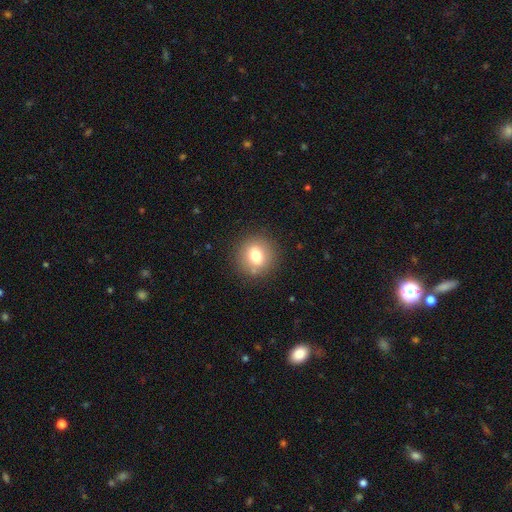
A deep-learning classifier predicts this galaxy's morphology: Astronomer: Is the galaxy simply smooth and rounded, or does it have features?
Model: smooth — 74%.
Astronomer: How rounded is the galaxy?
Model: round — 86%.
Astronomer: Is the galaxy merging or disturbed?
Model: none — 87%.